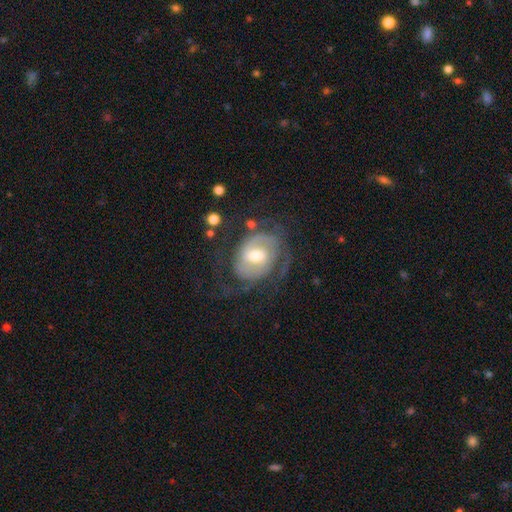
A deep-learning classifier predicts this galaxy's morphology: type=featured or disk (82%); edge-on=no (97%); bar=weak (49%); spiral arms=yes (92%); winding=tight (49%); arm count=2 (48%); bulge=moderate (66%); merging=none (57%).